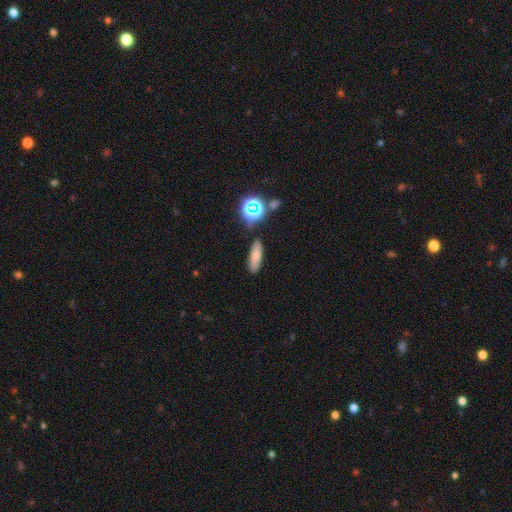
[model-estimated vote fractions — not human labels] Smooth or featured: smooth — 71% (star or artifact — 15%)
How rounded: in between — 57% (cigar-shaped — 37%)
Merging: none — 82% (minor disturbance — 11%)